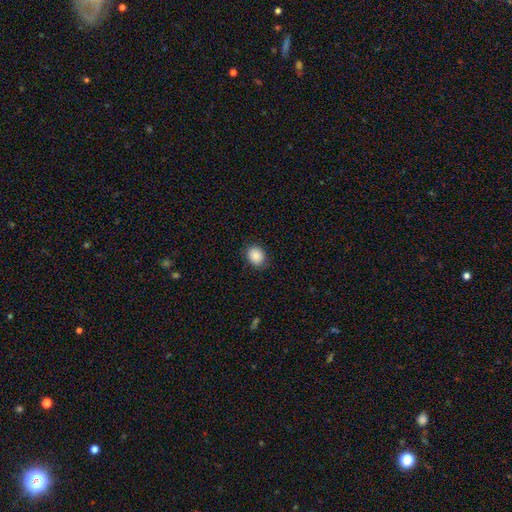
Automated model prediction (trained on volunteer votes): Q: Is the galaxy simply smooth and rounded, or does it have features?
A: smooth — 87%.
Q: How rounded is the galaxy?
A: round — 59%.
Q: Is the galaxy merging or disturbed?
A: none — 84%.